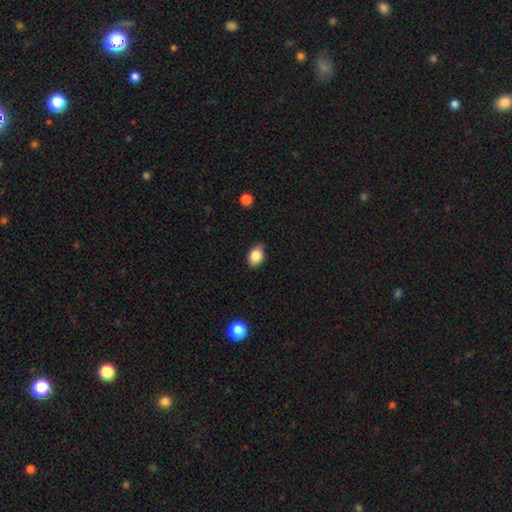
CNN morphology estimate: A smooth galaxy with no disk features (86%) that is in between round and cigar-shaped (81%).

Vote fractions:
- Smooth or featured? smooth: 86% / star or artifact: 8% / featured or disk: 6%
- How rounded? in between: 81% / round: 18% / cigar-shaped: 1%
- Merging? none: 76% / minor disturbance: 20% / major disturbance: 3% / merger: 1%